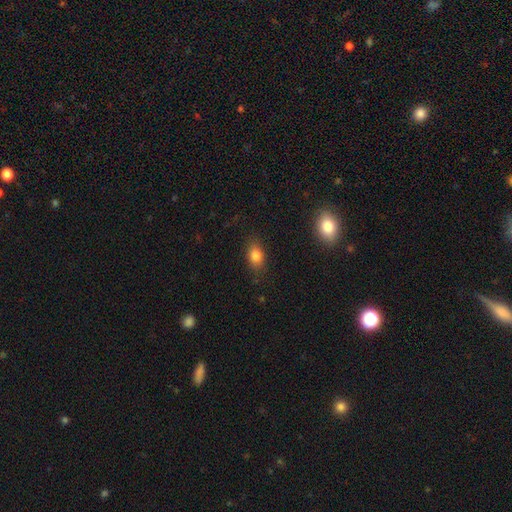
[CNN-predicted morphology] smooth-or-featured: smooth: 82% | star or artifact: 10% | featured or disk: 8%
  how-rounded: in between: 79% | round: 18% | cigar-shaped: 3%
  merging: none: 82% | minor disturbance: 13% | major disturbance: 3% | merger: 1%